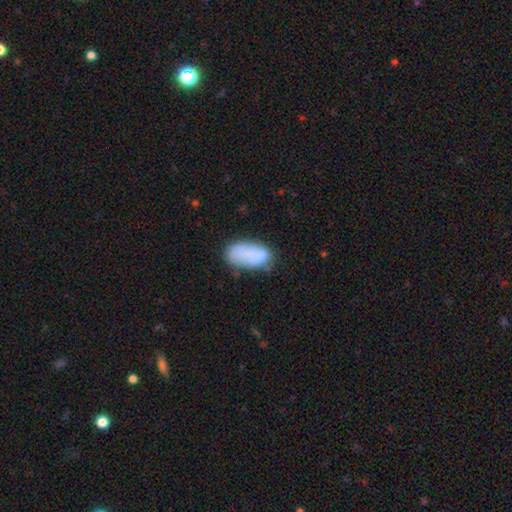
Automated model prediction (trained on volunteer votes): A smooth galaxy with no disk features (76%) that is in between round and cigar-shaped (93%).

Vote fractions:
- Smooth or featured? smooth: 76% / featured or disk: 16% / star or artifact: 8%
- How rounded? in between: 93% / round: 4% / cigar-shaped: 3%
- Merging? none: 50% / minor disturbance: 28% / major disturbance: 12% / merger: 11%